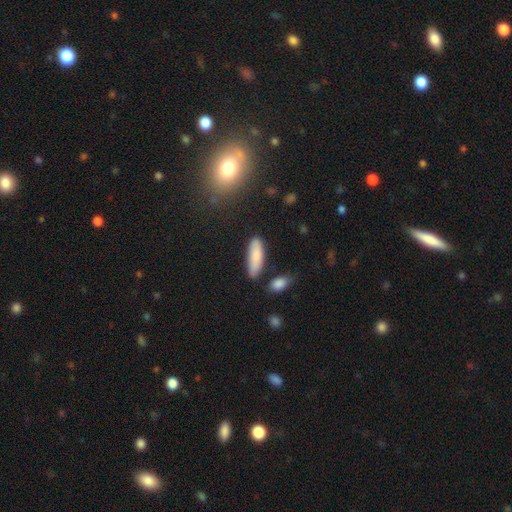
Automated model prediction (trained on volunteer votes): smooth_or_featured: smooth (p=0.83) [alt: featured or disk p=0.11]
how_rounded: in between (p=0.54) [alt: cigar-shaped p=0.44]
merging: none (p=0.77) [alt: minor disturbance p=0.15]